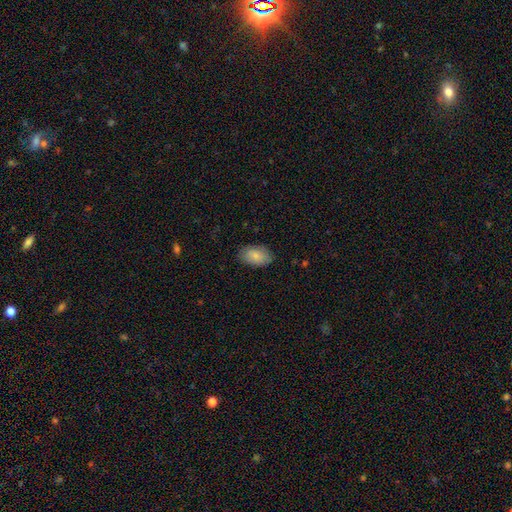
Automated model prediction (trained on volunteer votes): This appears to be a smooth galaxy with no disk features (82%) that is in between round and cigar-shaped (92%). Merging: none (82%).